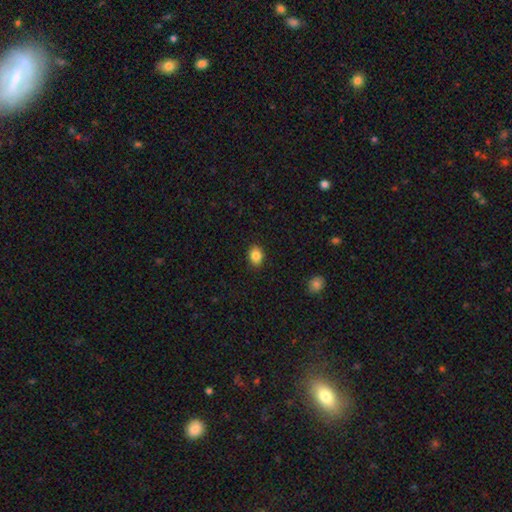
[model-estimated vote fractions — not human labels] Smooth or featured?
  - smooth: 86% *
  - star or artifact: 9%
  - featured or disk: 5%
How rounded?
  - in between: 64% *
  - round: 35%
  - cigar-shaped: 1%
Merging?
  - none: 89% *
  - minor disturbance: 8%
  - major disturbance: 2%
  - merger: 1%